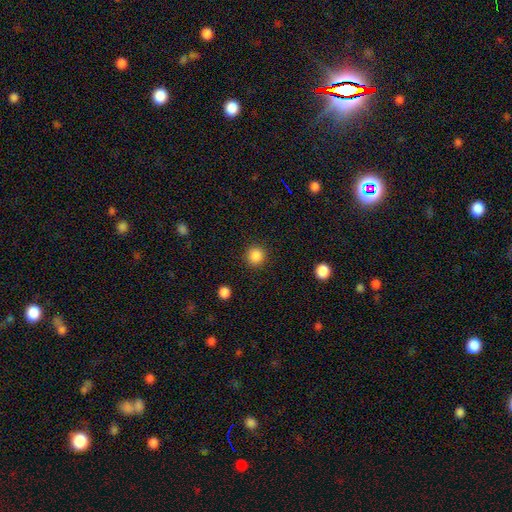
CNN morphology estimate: Smooth or featured: smooth — 87% (star or artifact — 11%)
How rounded: round — 93% (in between — 6%)
Merging: none — 91% (minor disturbance — 6%)